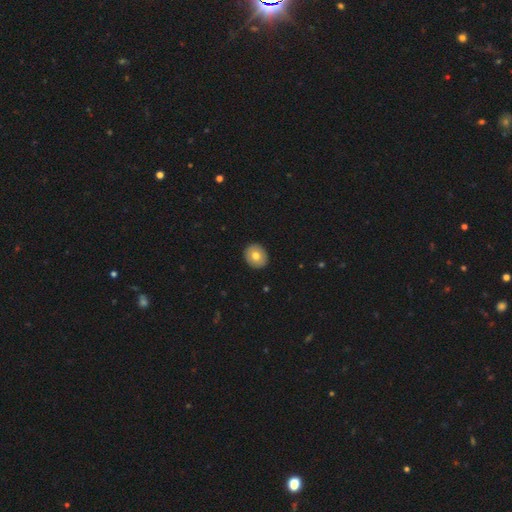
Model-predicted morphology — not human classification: Overall: smooth (74%). How rounded: round (70%). Merging: none (92%).